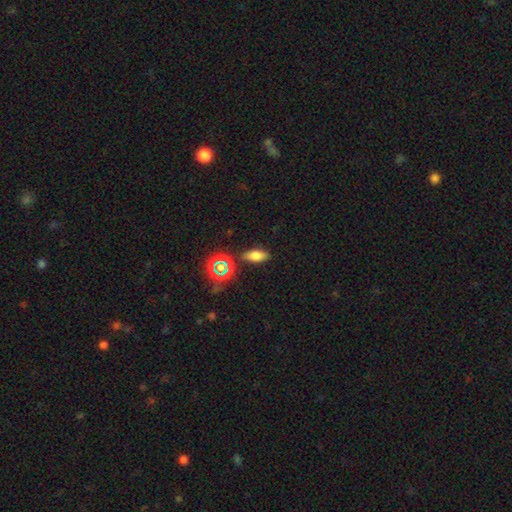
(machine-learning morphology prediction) A smooth galaxy with no disk features (71%) that is in between round and cigar-shaped (79%).

Vote fractions:
- Smooth or featured? smooth: 71% / star or artifact: 19% / featured or disk: 10%
- How rounded? in between: 79% / cigar-shaped: 15% / round: 6%
- Merging? none: 84% / minor disturbance: 10% / major disturbance: 3% / merger: 3%